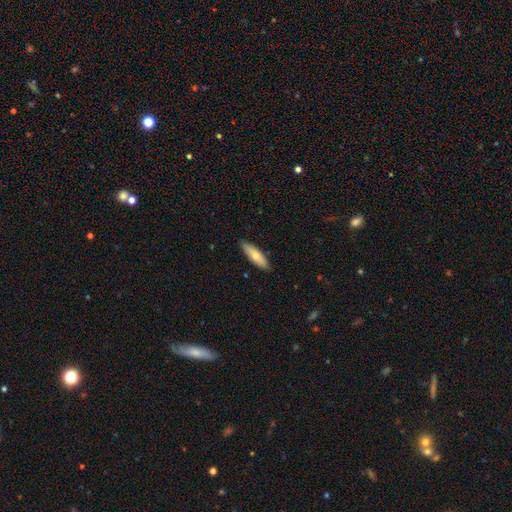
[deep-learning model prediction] Smooth or featured? Predicted: smooth (p=0.66). How rounded? Predicted: cigar-shaped (p=0.60). Merging? Predicted: none (p=0.87).